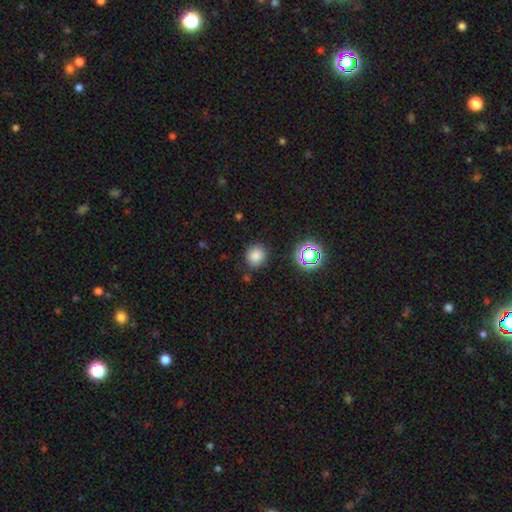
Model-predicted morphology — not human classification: This appears to be a smooth galaxy with no disk features (79%) that is round (86%). Merging: none (84%).